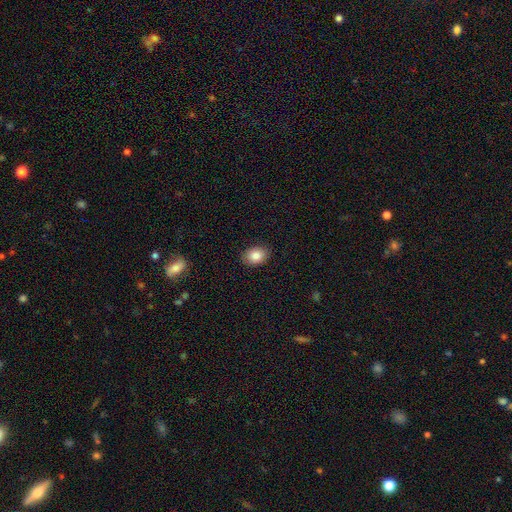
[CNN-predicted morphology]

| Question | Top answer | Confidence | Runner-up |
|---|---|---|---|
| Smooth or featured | smooth | 85% | star or artifact (8%) |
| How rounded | in between | 70% | round (29%) |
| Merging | none | 87% | minor disturbance (9%) |